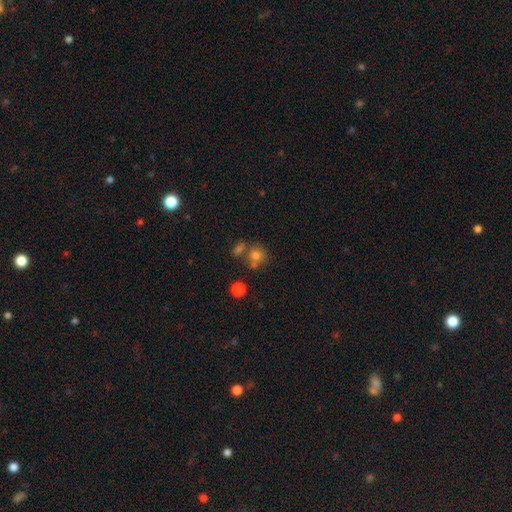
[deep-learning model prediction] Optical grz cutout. It shows a smooth galaxy with no disk features (72%) that is round (83%). Merging: none (56%).